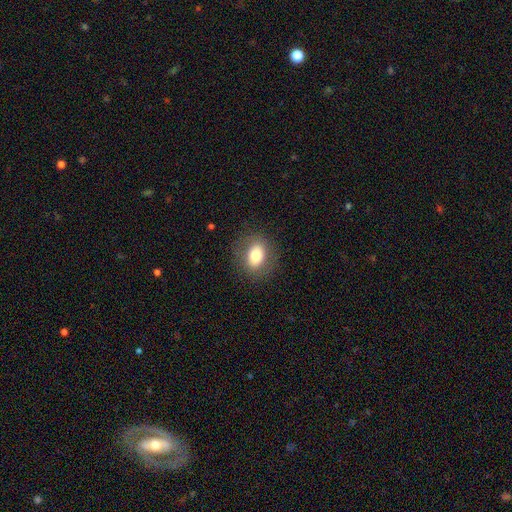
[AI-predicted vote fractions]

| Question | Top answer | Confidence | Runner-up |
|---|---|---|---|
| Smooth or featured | smooth | 75% | featured or disk (16%) |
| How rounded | in between | 63% | round (35%) |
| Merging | none | 84% | minor disturbance (11%) |